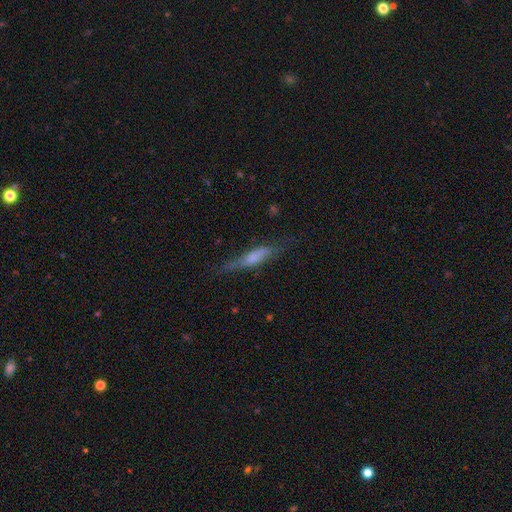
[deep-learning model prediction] Smooth or featured? Predicted: featured or disk (p=0.48). Merging? Predicted: none (p=0.64).